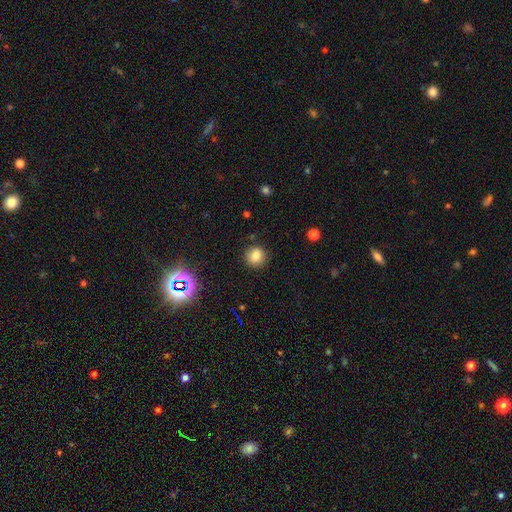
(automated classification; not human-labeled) smooth_or_featured: smooth (p=0.80) [alt: star or artifact p=0.13]
how_rounded: round (p=0.89) [alt: in between p=0.10]
merging: none (p=0.89) [alt: minor disturbance p=0.07]